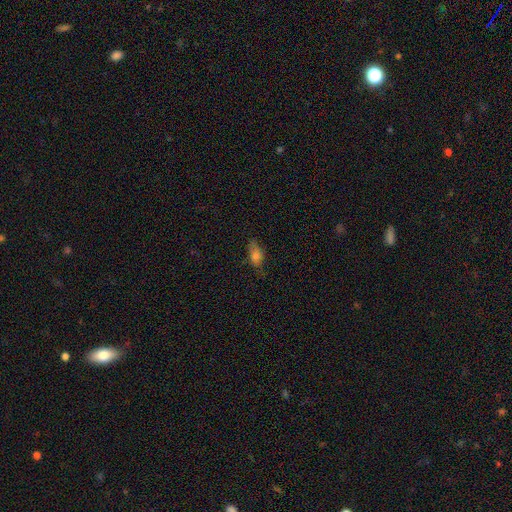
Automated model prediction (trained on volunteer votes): Smooth or featured: smooth — 73% (featured or disk — 16%)
How rounded: in between — 80% (cigar-shaped — 13%)
Merging: none — 65% (minor disturbance — 27%)